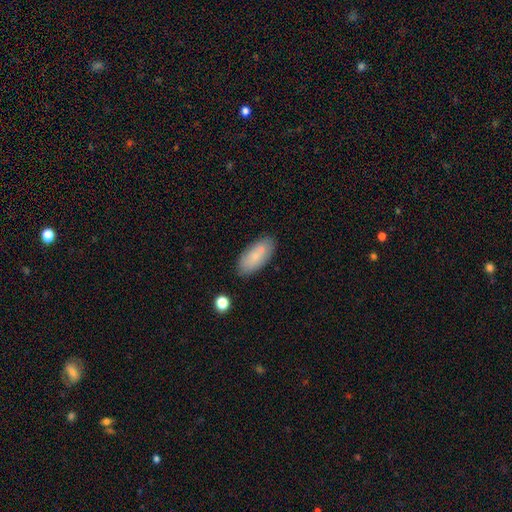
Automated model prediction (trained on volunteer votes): Smooth or featured? smooth (77%)
How rounded? in between (88%)
Merging? none (77%)